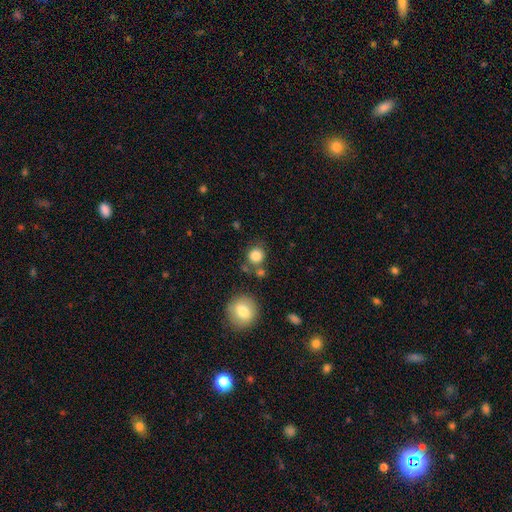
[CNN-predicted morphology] This appears to be a smooth galaxy with no disk features (83%) that is round (87%). Merging: none (71%).